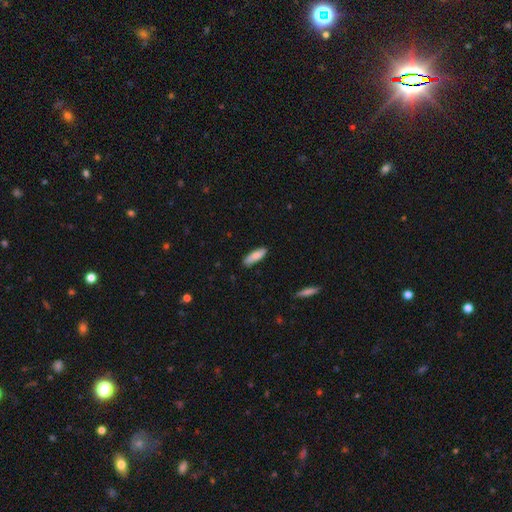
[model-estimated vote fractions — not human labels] This is clearly a smooth galaxy (82%). How rounded: possibly cigar-shaped (50%). Merging: clearly none (85%).